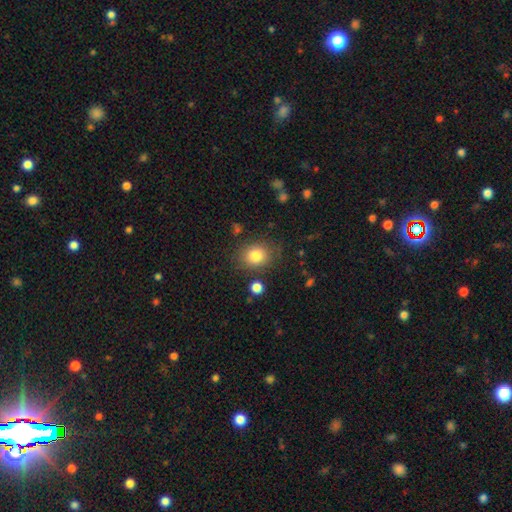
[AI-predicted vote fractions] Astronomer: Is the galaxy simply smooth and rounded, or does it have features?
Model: smooth — 82%.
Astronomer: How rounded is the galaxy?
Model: round — 59% (runner-up: in between, 40%).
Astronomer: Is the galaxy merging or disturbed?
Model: none — 80%.